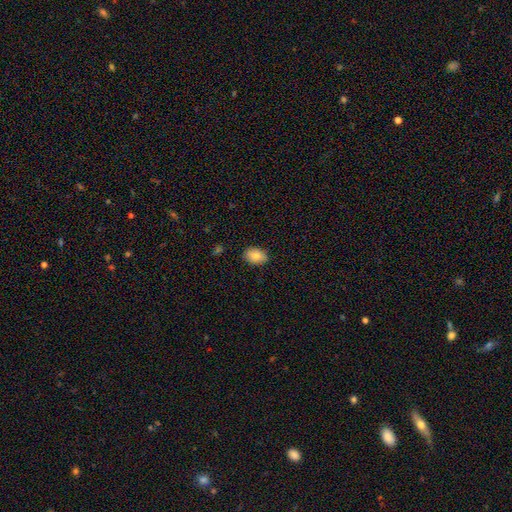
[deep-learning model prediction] A smooth galaxy with no disk features (84%) that is in between round and cigar-shaped (83%).

Vote fractions:
- Smooth or featured? smooth: 84% / featured or disk: 9% / star or artifact: 8%
- How rounded? in between: 83% / round: 15% / cigar-shaped: 1%
- Merging? none: 87% / minor disturbance: 10% / major disturbance: 2% / merger: 1%